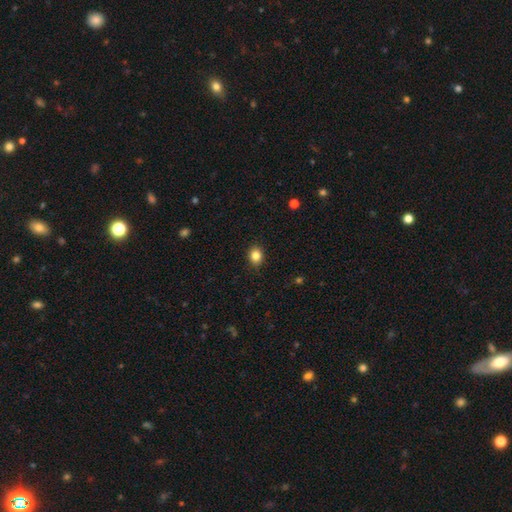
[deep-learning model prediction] A smooth galaxy with no disk features (84%) that is round (61%). Merging: none (90%).